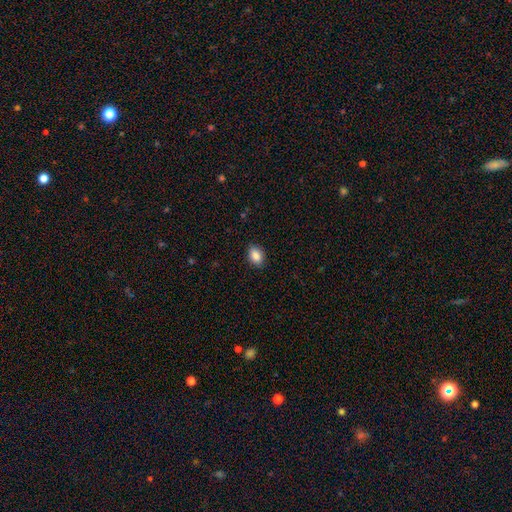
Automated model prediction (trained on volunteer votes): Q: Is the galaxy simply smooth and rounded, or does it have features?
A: smooth — 88%.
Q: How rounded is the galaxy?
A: in between — 75%.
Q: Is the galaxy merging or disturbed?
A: none — 88%.